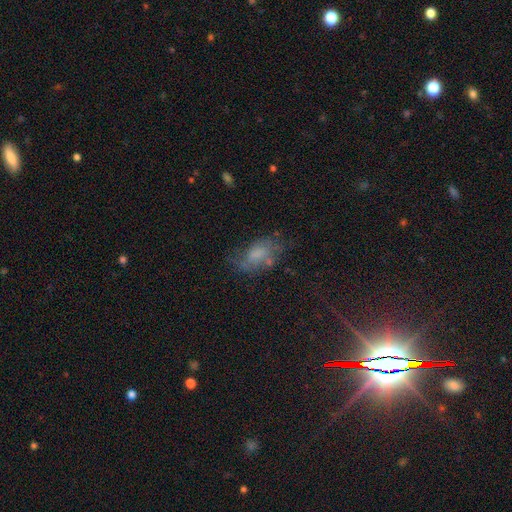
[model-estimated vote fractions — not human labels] Smooth or featured: smooth — 47% (featured or disk — 37%)
Merging: none — 48% (minor disturbance — 26%)